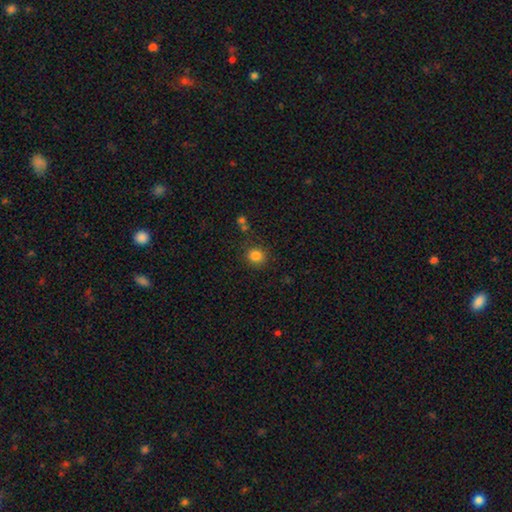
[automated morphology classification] Smooth or featured? smooth (84%)
How rounded? round (85%)
Merging? none (85%)